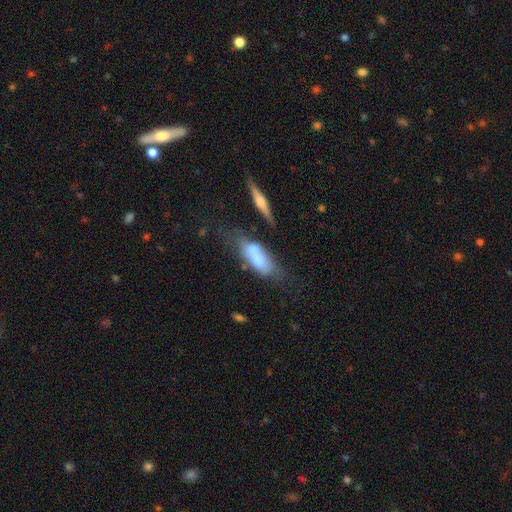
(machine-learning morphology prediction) smooth_or_featured: smooth (p=0.56) [alt: featured or disk p=0.34]
how_rounded: in between (p=0.62) [alt: cigar-shaped p=0.35]
merging: none (p=0.36) [alt: minor disturbance p=0.26]